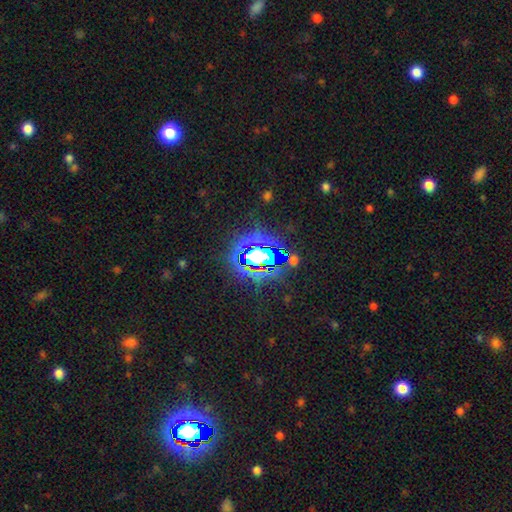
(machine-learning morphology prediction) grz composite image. It shows a star or artifact, not a galaxy (77%).